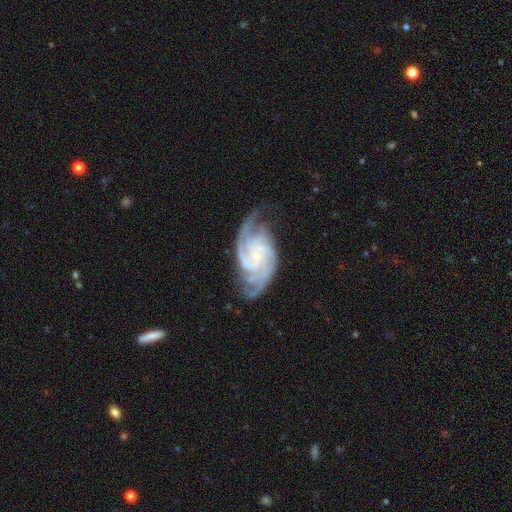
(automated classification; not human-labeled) Smooth or featured? Predicted: featured or disk (p=0.92). Edge-on disk? Predicted: no (p=0.97). Bar? Predicted: no (p=0.60). Spiral arms? Predicted: yes (p=0.99). Spiral winding? Predicted: tight (p=0.58). Spiral arm count? Predicted: 3 (p=0.32). Bulge size? Predicted: small (p=0.81). Merging? Predicted: none (p=0.71).